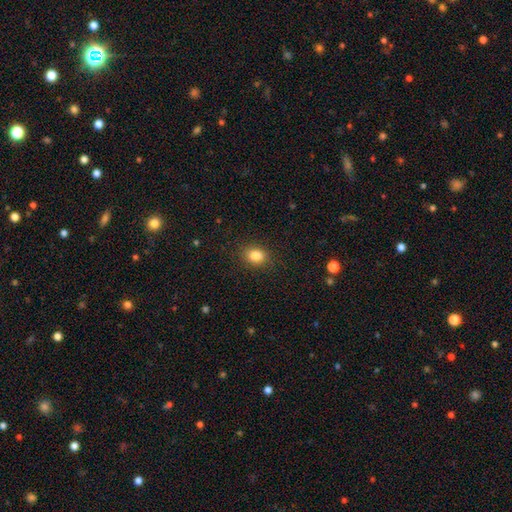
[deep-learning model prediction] smooth-or-featured: smooth: 85% | star or artifact: 10% | featured or disk: 5%
  how-rounded: in between: 58% | round: 41% | cigar-shaped: 1%
  merging: none: 87% | minor disturbance: 9% | major disturbance: 3% | merger: 1%